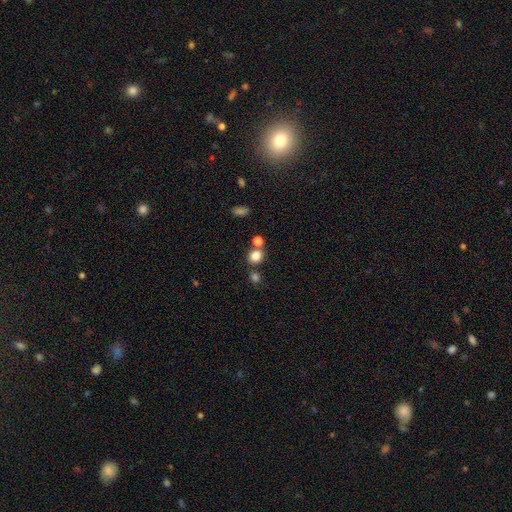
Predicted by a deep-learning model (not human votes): Smooth or featured? smooth (81%)
How rounded? round (74%)
Merging? none (67%)